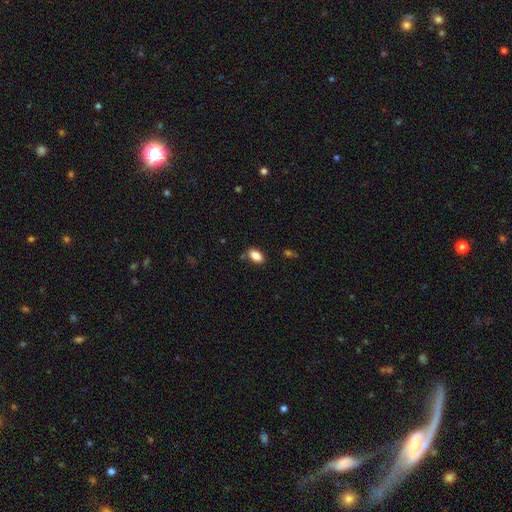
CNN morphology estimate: smooth-or-featured: smooth: 86% | star or artifact: 8% | featured or disk: 6%
  how-rounded: in between: 91% | round: 6% | cigar-shaped: 4%
  merging: none: 83% | minor disturbance: 11% | merger: 3% | major disturbance: 2%